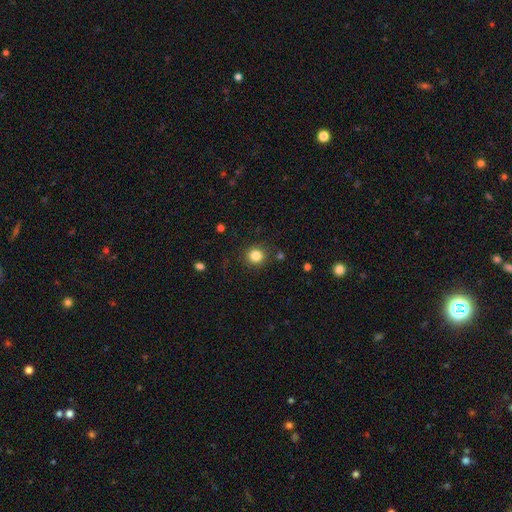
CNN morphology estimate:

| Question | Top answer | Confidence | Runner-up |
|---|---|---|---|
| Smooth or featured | smooth | 83% | star or artifact (12%) |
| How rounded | round | 90% | in between (9%) |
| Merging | none | 87% | minor disturbance (8%) |